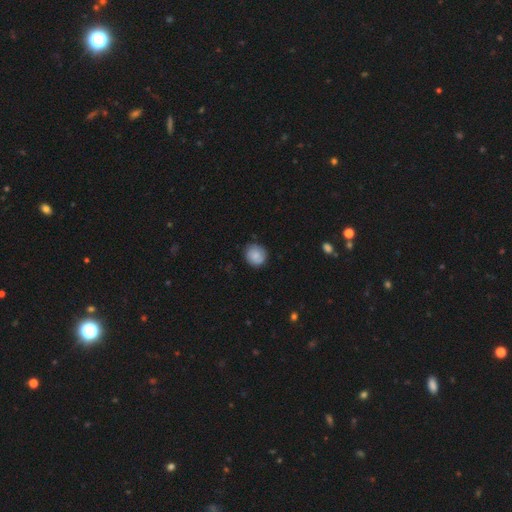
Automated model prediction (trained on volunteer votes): Smooth or featured? Predicted: smooth (p=0.82). How rounded? Predicted: round (p=0.87). Merging? Predicted: none (p=0.82).